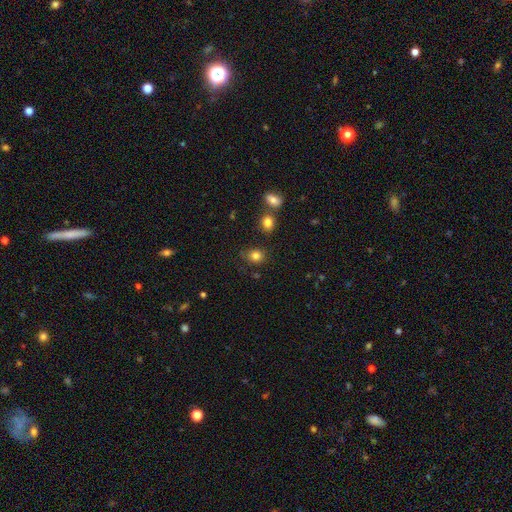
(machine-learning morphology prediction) Overall: smooth (82%). How rounded: round (71%). Merging: none (78%).